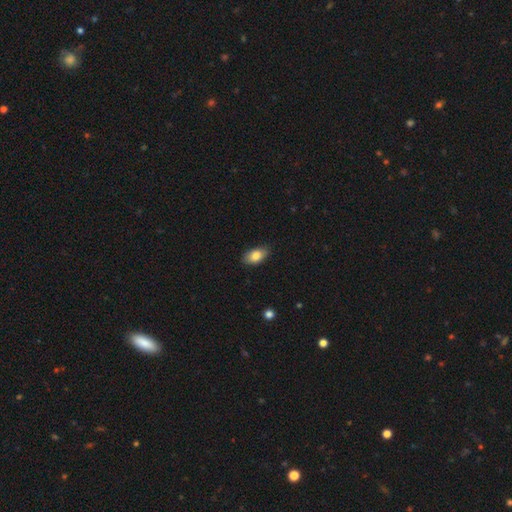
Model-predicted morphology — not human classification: Smooth or featured? smooth (85%)
How rounded? in between (92%)
Merging? none (83%)